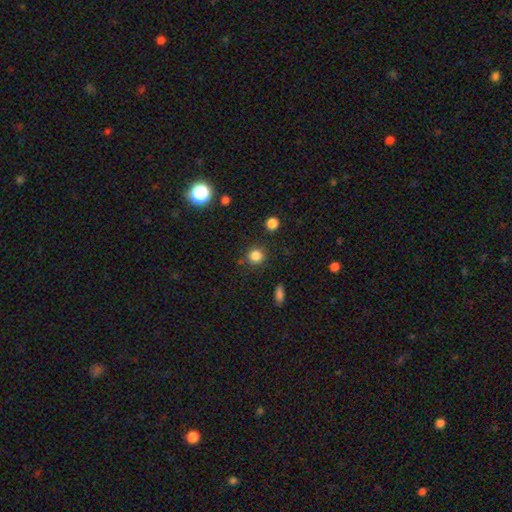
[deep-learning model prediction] Smooth or featured?
  - smooth: 83% *
  - star or artifact: 12%
  - featured or disk: 4%
How rounded?
  - round: 91% *
  - in between: 8%
  - cigar-shaped: 1%
Merging?
  - none: 85% *
  - minor disturbance: 9%
  - merger: 3%
  - major disturbance: 3%